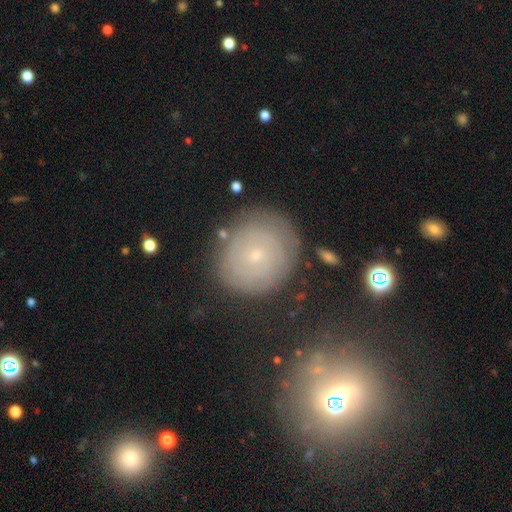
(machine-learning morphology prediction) Overall: featured or disk (53%; smooth 36%). Edge-on disk: no (96%). Bar: no (84%). Spiral arms: yes (72%). Bulge size: small (85%). Merging: none (80%).